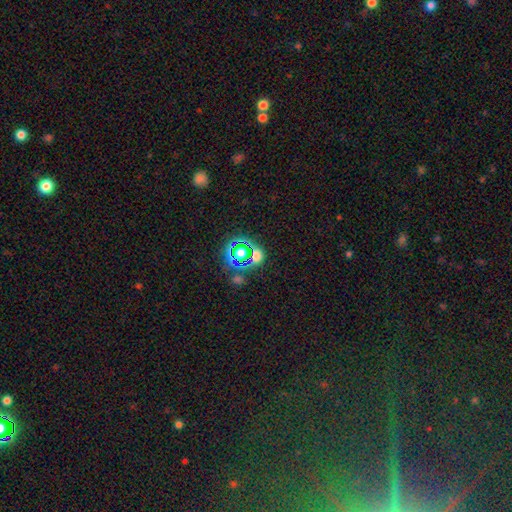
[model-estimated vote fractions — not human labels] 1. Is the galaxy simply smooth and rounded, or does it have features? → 53% star or artifact, 37% smooth, 10% featured or disk.